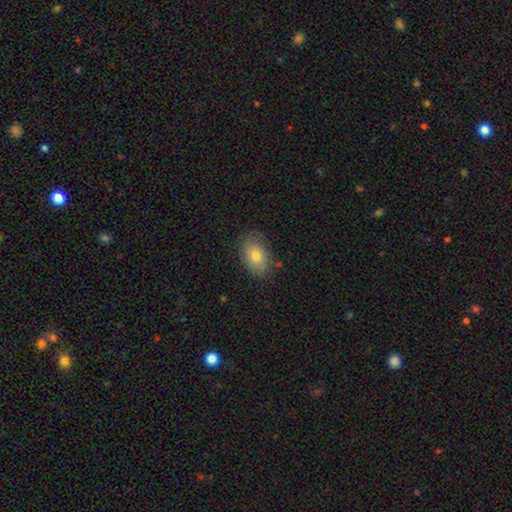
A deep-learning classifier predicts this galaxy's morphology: smooth-or-featured: smooth: 76% | featured or disk: 15% | star or artifact: 9%
  how-rounded: in between: 85% | round: 14% | cigar-shaped: 1%
  merging: none: 81% | minor disturbance: 14% | major disturbance: 3% | merger: 1%